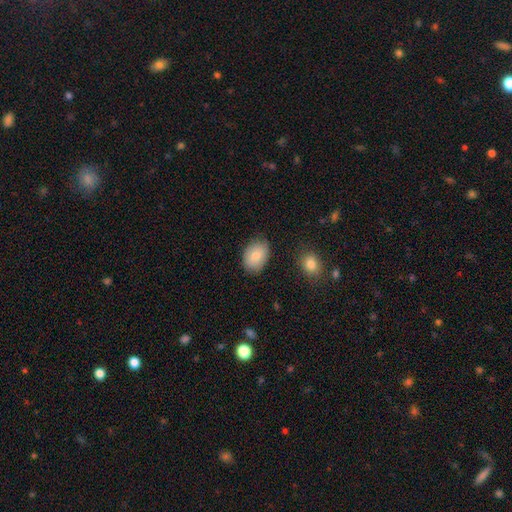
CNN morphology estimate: Smooth or featured? Predicted: smooth (p=0.86). How rounded? Predicted: in between (p=0.80). Merging? Predicted: none (p=0.79).